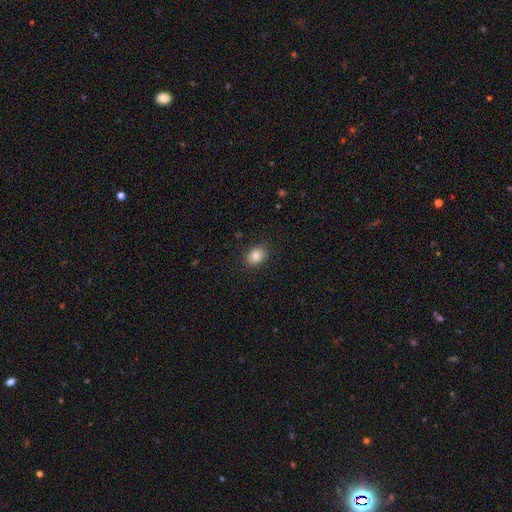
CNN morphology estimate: A smooth galaxy with no disk features (85%) that is in between round and cigar-shaped (66%).

Vote fractions:
- Smooth or featured? smooth: 85% / star or artifact: 9% / featured or disk: 6%
- How rounded? in between: 66% / round: 33% / cigar-shaped: 1%
- Merging? none: 88% / minor disturbance: 9% / major disturbance: 2% / merger: 1%